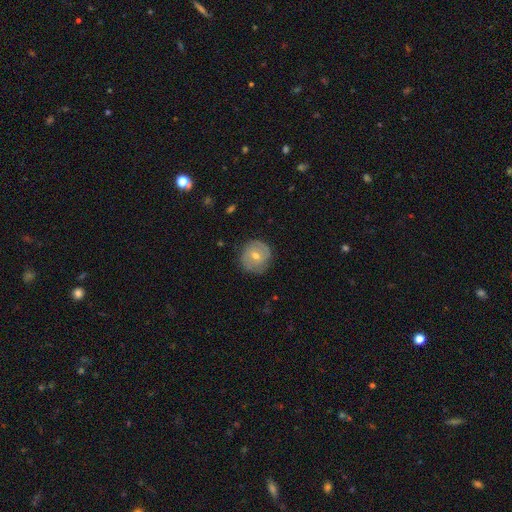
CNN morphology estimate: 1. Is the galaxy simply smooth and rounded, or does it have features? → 47% featured or disk, 44% smooth, 9% star or artifact.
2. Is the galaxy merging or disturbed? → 82% none, 13% minor disturbance, 3% major disturbance, 1% merger.